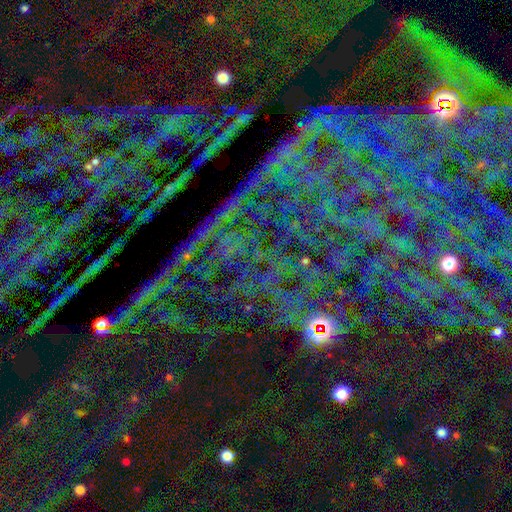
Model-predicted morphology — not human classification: Smooth or featured: star or artifact — 82% (featured or disk — 9%)